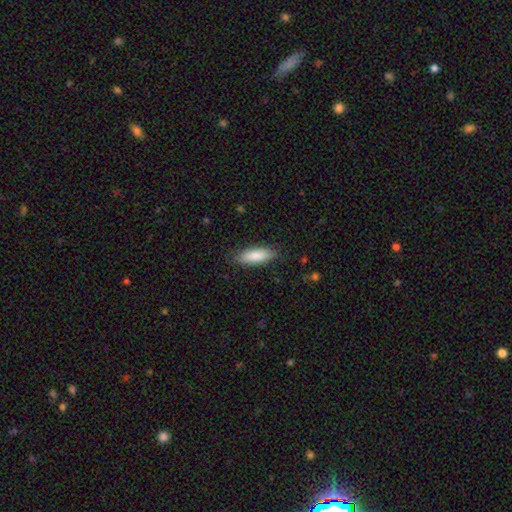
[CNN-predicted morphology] This is clearly a smooth galaxy (86%). How rounded: possibly in between (58%). Merging: clearly none (86%).